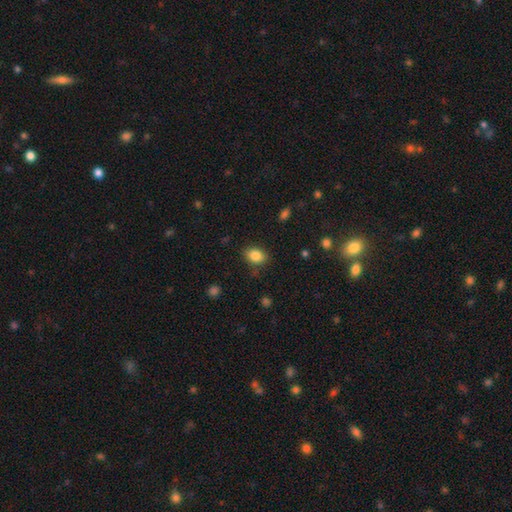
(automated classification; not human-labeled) smooth 85%, star or artifact 9%, featured or disk 6%. Down the decision tree: how rounded — in between (76%); merging — none (82%).